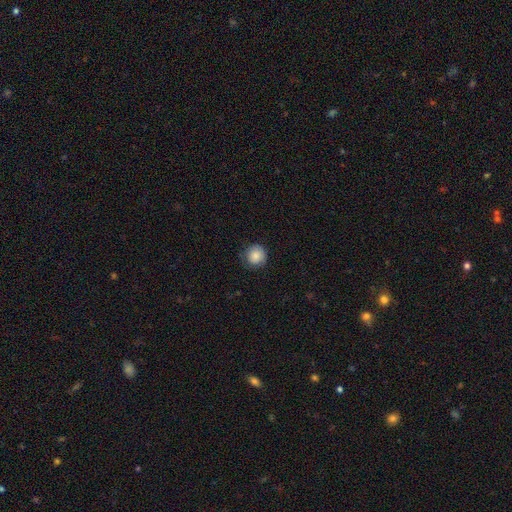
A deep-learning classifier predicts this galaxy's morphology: The model was most divided on "merging": none: 80%, minor disturbance: 16%, major disturbance: 4%, merger: 1%. More confident: how rounded — round (93%); smooth or featured — smooth (85%).